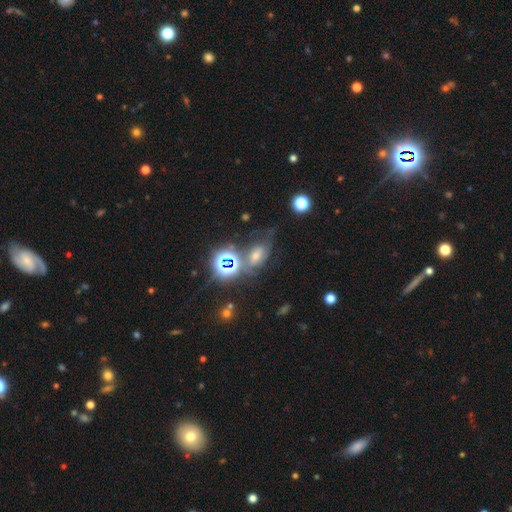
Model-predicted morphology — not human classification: Q: Smooth or featured?
A: star or artifact (45%); runner-up: featured or disk (28%)